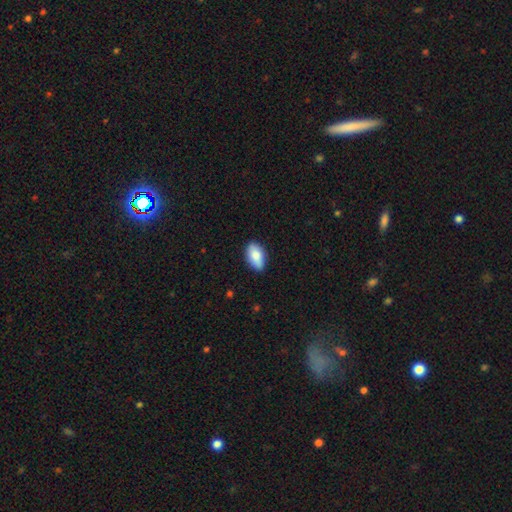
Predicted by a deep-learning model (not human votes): Smooth or featured: smooth — 82% (featured or disk — 12%)
How rounded: in between — 92% (round — 4%)
Merging: none — 84% (minor disturbance — 13%)